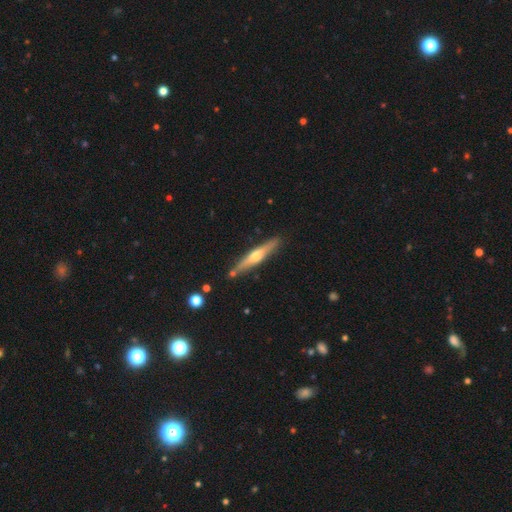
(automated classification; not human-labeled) Morphology: type=featured or disk (62%); edge-on=yes (96%); edge-on bulge=rounded (89%); merging=none (86%).